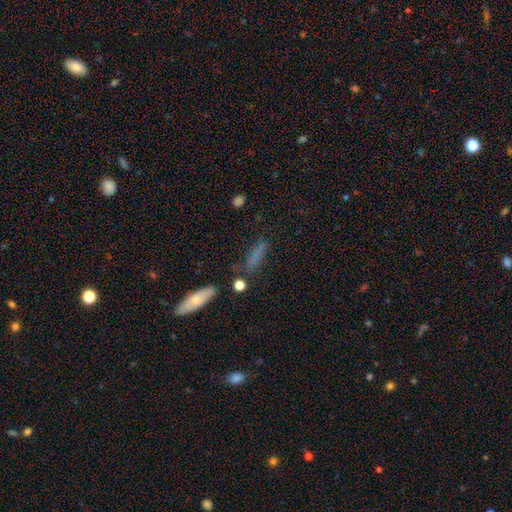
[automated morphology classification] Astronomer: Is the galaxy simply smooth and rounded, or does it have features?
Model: smooth — 69%.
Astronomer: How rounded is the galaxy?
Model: cigar-shaped — 72%.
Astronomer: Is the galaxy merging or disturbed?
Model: none — 68%.